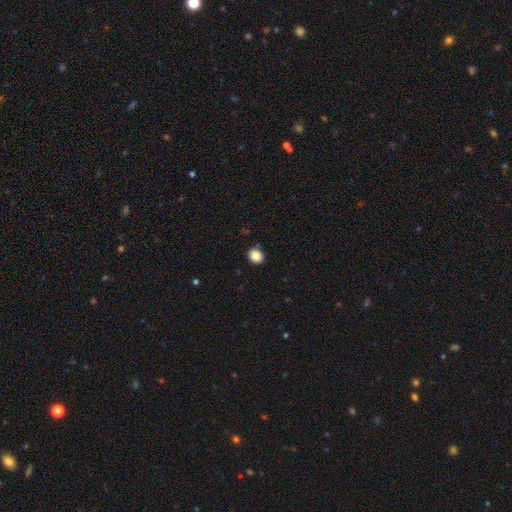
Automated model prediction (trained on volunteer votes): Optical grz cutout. It shows a smooth galaxy with no disk features (86%) that is round (78%). Merging: none (89%).